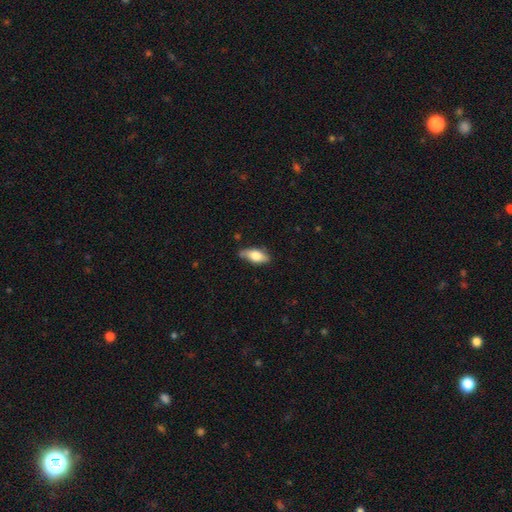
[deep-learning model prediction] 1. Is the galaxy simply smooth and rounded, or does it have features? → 70% smooth, 24% featured or disk, 6% star or artifact.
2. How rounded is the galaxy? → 80% in between, 17% cigar-shaped, 3% round.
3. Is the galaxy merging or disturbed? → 73% none, 22% minor disturbance, 3% major disturbance, 2% merger.